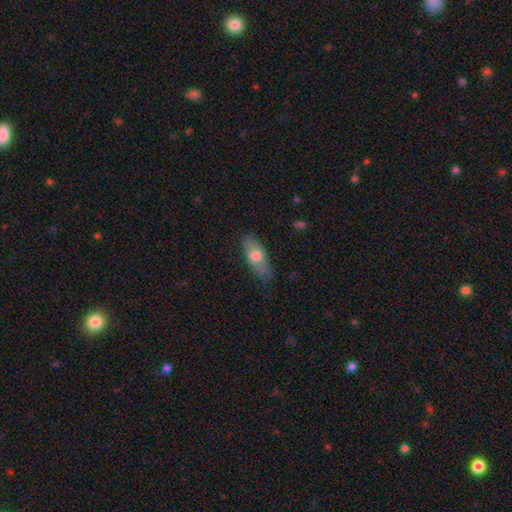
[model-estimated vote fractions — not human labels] Morphology: type=smooth (64%); roundness=in between (75%); merging=none (78%).